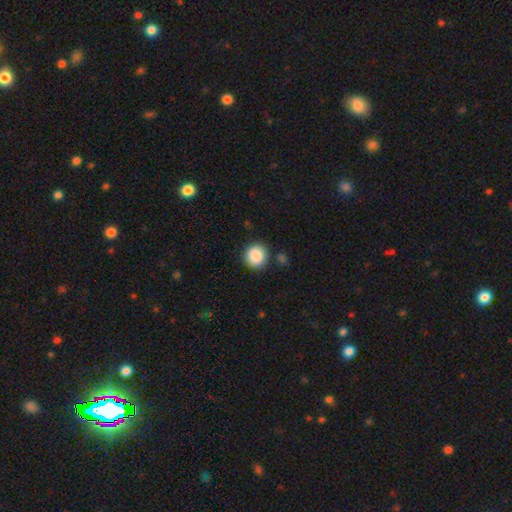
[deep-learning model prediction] Smooth or featured: smooth — 88% (star or artifact — 8%)
How rounded: round — 93% (in between — 6%)
Merging: none — 87% (minor disturbance — 8%)